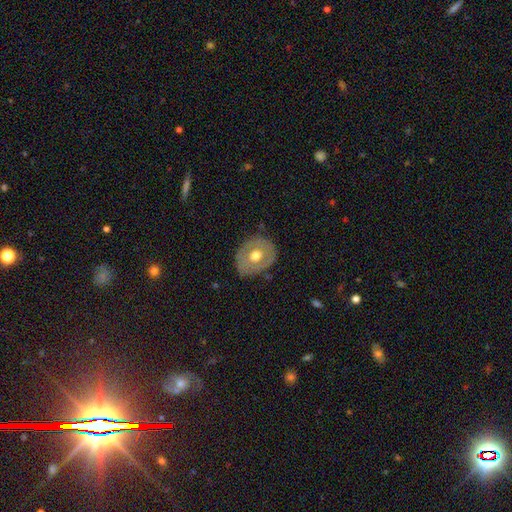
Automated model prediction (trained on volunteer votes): smooth-or-featured: featured or disk: 50% | smooth: 44% | star or artifact: 6%
  merging: none: 77% | minor disturbance: 17% | major disturbance: 5% | merger: 1%